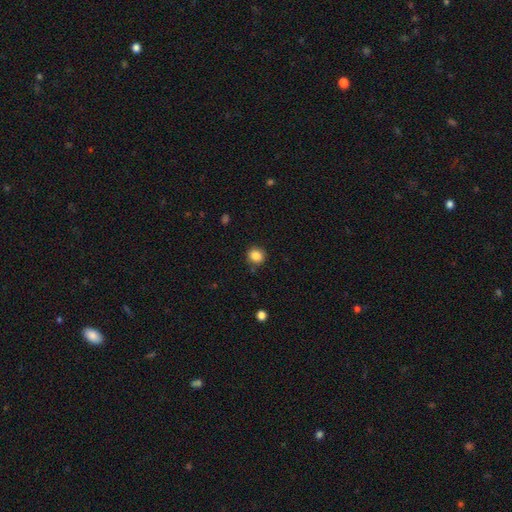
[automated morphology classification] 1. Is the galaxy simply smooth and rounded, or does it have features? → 86% smooth, 10% star or artifact, 4% featured or disk.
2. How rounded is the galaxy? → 82% round, 18% in between, 1% cigar-shaped.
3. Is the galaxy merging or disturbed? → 87% none, 9% minor disturbance, 3% major disturbance, 2% merger.